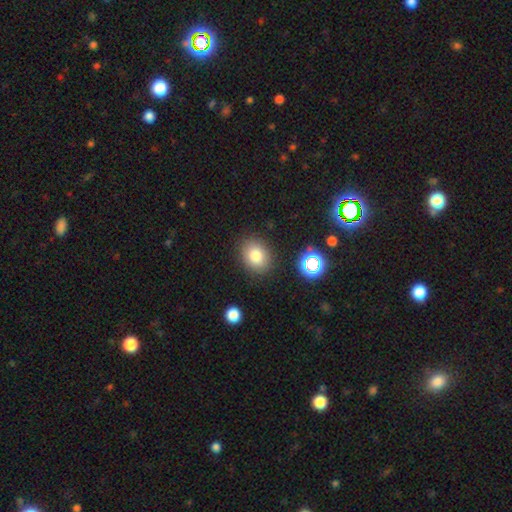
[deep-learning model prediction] This appears to be a smooth galaxy with no disk features (81%) that is round (53%). Merging: none (86%).